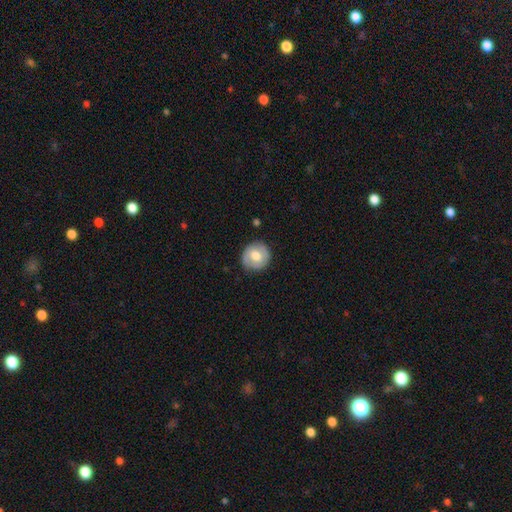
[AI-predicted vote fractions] Smooth or featured? smooth (57%)
How rounded? round (87%)
Merging? none (84%)